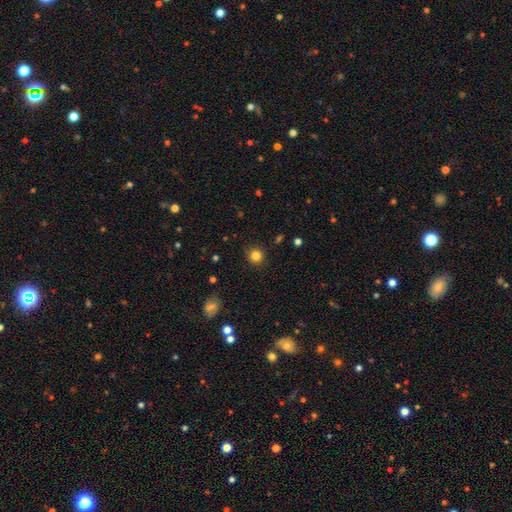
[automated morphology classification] Smooth or featured: smooth — 83% (star or artifact — 12%)
How rounded: round — 90% (in between — 9%)
Merging: none — 89% (minor disturbance — 8%)